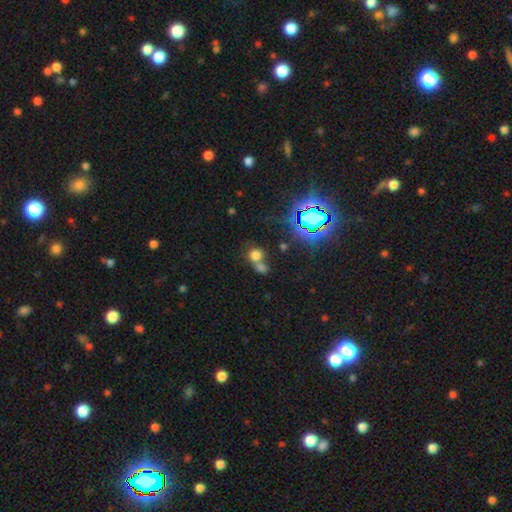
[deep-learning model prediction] Overall: smooth (65%; star or artifact 25%). How rounded: round (79%). Merging: merger (52%; none 37%).